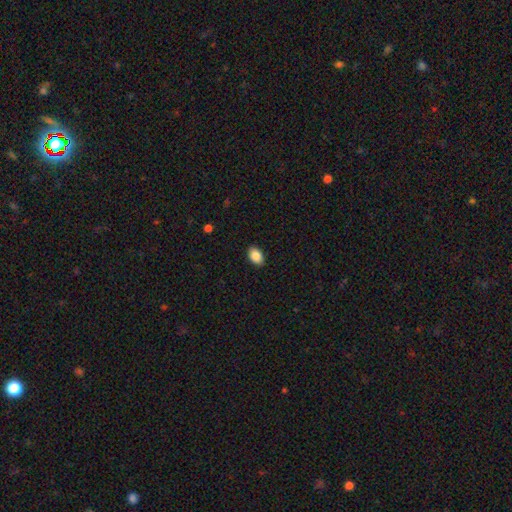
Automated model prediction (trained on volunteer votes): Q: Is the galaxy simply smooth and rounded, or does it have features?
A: smooth — 87%.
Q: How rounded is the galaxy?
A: in between — 88%.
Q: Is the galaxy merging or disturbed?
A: none — 90%.